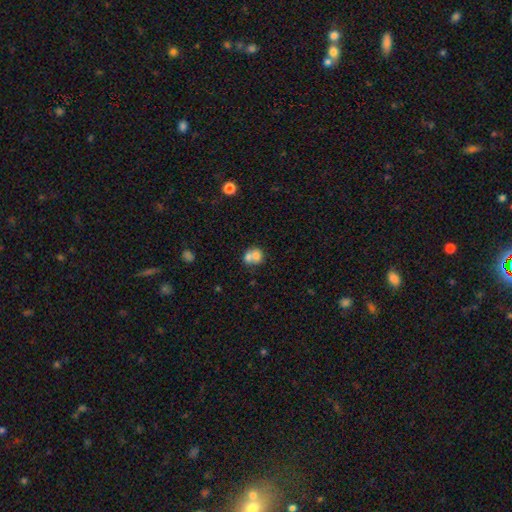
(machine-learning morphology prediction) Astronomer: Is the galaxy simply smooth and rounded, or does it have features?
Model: smooth — 71%.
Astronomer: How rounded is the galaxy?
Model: round — 69%.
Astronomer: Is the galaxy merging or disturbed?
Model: merger — 64%.